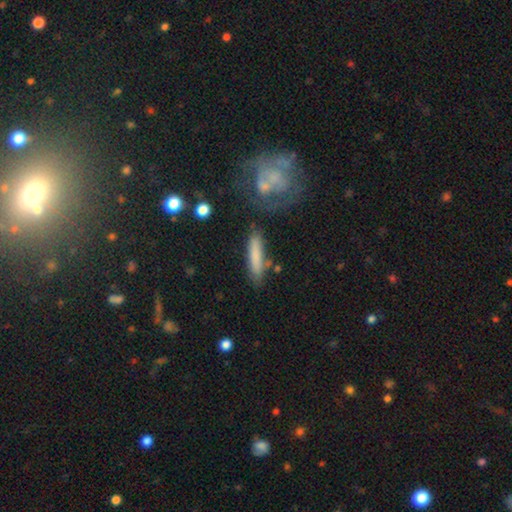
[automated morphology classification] Smooth or featured? smooth (76%)
How rounded? cigar-shaped (85%)
Merging? none (76%)